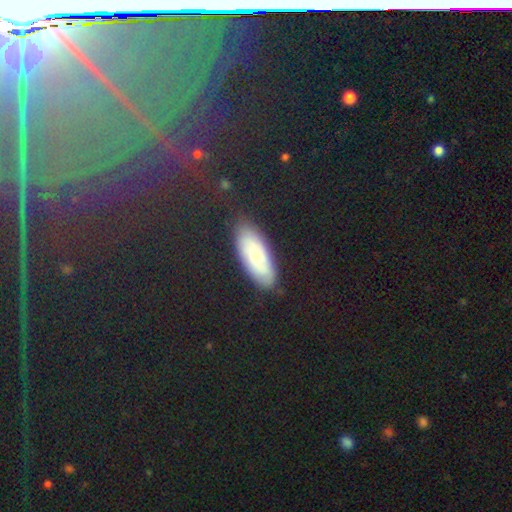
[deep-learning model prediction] A smooth galaxy with no disk features (56%) that is in between round and cigar-shaped (76%).

Vote fractions:
- Smooth or featured? smooth: 56% / featured or disk: 27% / star or artifact: 17%
- How rounded? in between: 76% / cigar-shaped: 20% / round: 4%
- Merging? none: 83% / minor disturbance: 12% / major disturbance: 3% / merger: 2%